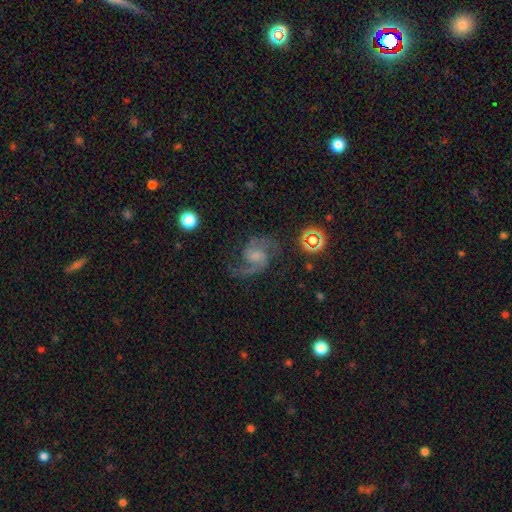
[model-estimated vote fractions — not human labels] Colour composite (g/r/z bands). It shows a featured or disk galaxy (85%) with a weak bar (48%), 2 (91%) medium (54%) spiral arms (97%) and a small central bulge (38%). Merging: none (73%).